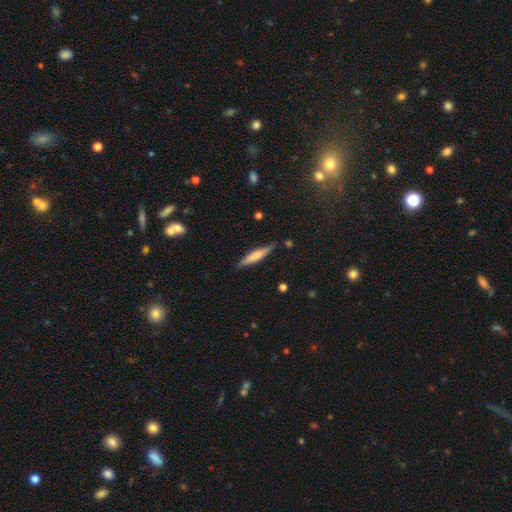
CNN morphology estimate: type=smooth (57%); roundness=cigar-shaped (85%); merging=none (83%).